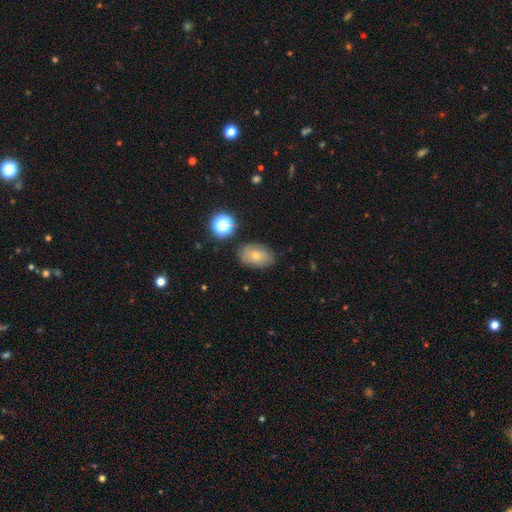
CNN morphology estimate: The model was most divided on "smooth or featured": smooth: 68%, featured or disk: 20%, star or artifact: 11%. More confident: how rounded — in between (82%); merging — none (79%).